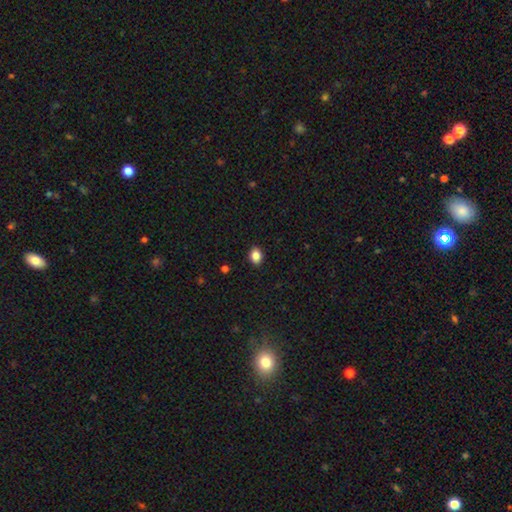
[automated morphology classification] smooth 86%, star or artifact 10%, featured or disk 4%. Down the decision tree: how rounded — in between (65%); merging — none (90%).